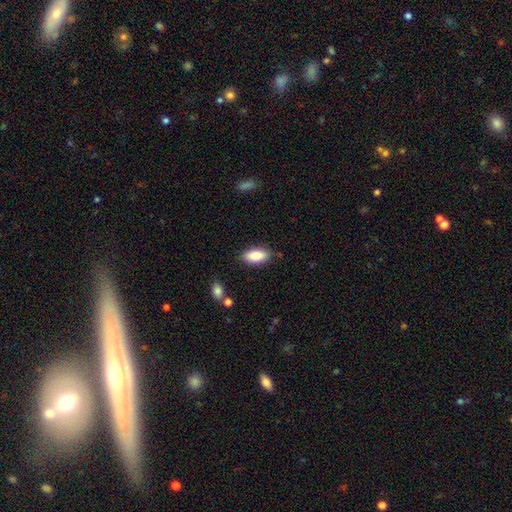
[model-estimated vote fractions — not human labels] Q: Smooth or featured?
A: smooth (86%); runner-up: featured or disk (8%)
Q: How rounded?
A: in between (89%); runner-up: cigar-shaped (8%)
Q: Merging?
A: none (84%); runner-up: minor disturbance (11%)